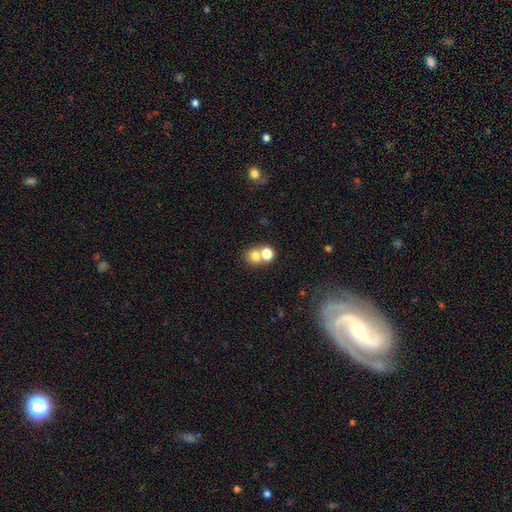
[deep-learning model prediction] Smooth or featured?
  - smooth: 74% *
  - star or artifact: 14%
  - featured or disk: 12%
How rounded?
  - round: 77% *
  - in between: 22%
  - cigar-shaped: 1%
Merging?
  - merger: 47% *
  - none: 44%
  - minor disturbance: 6%
  - major disturbance: 3%